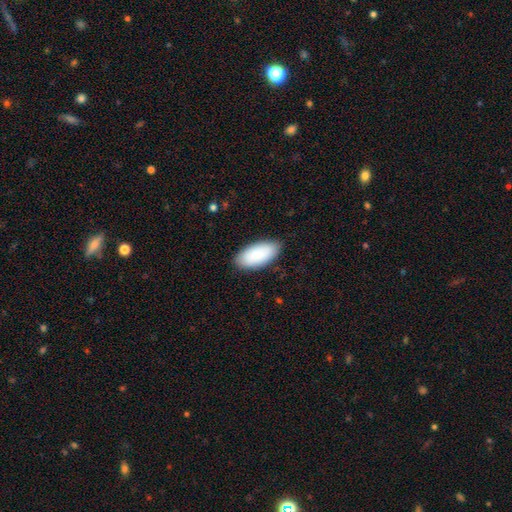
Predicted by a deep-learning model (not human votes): A smooth galaxy with no disk features (88%) that is in between round and cigar-shaped (94%). Merging: none (85%).